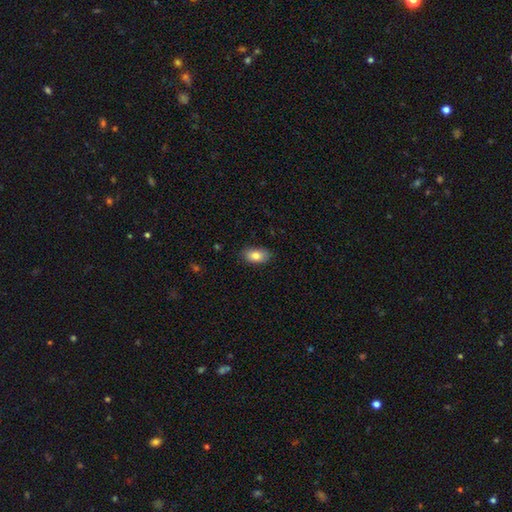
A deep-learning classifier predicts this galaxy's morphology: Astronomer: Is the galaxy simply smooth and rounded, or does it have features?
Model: smooth — 84%.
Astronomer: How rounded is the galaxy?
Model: in between — 92%.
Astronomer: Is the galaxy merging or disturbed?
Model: none — 85%.